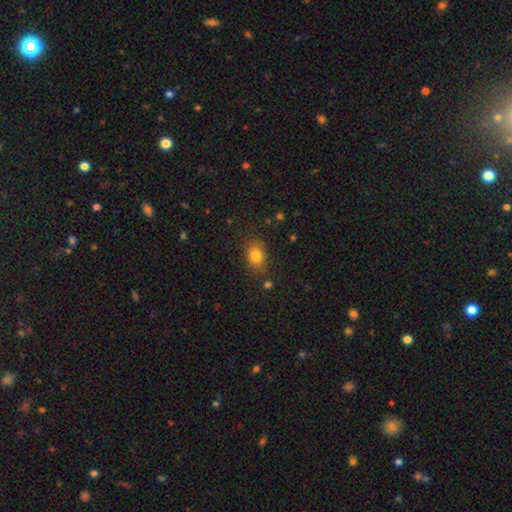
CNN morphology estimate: Q: Smooth or featured?
A: smooth (81%); runner-up: star or artifact (11%)
Q: How rounded?
A: in between (59%); runner-up: round (40%)
Q: Merging?
A: none (81%); runner-up: minor disturbance (13%)